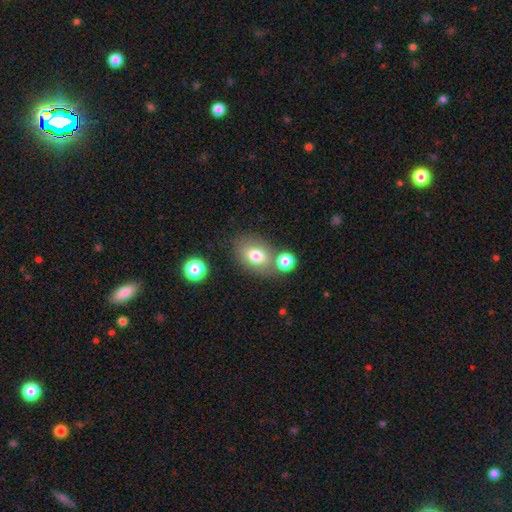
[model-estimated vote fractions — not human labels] smooth-or-featured: smooth: 75% | featured or disk: 14% | star or artifact: 10%
  how-rounded: in between: 75% | round: 23% | cigar-shaped: 1%
  merging: none: 63% | merger: 18% | minor disturbance: 14% | major disturbance: 5%